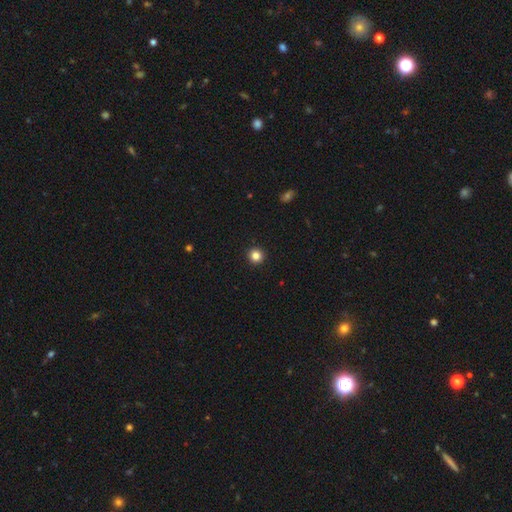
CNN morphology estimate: Overall: smooth (84%). How rounded: round (95%). Merging: none (94%).